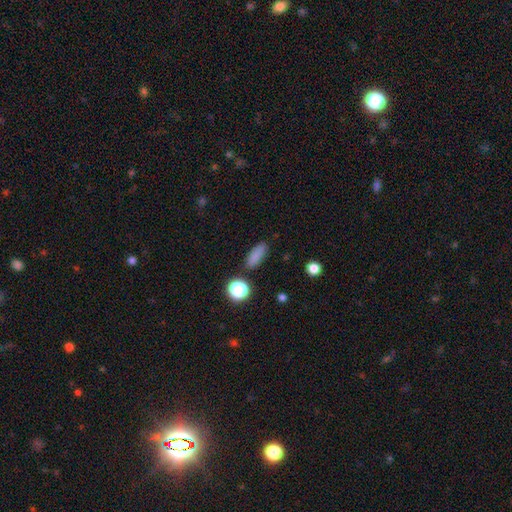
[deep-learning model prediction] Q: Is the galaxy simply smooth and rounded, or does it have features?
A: smooth — 82%.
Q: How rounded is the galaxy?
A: in between — 65%.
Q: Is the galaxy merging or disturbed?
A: none — 84%.